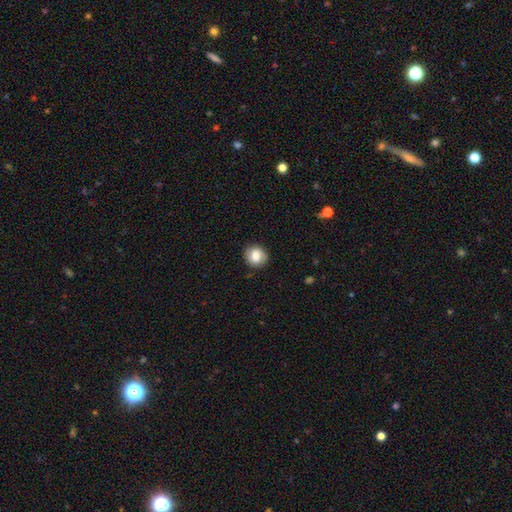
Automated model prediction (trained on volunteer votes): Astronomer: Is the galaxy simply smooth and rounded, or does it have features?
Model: smooth — 76%.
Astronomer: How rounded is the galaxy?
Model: round — 79%.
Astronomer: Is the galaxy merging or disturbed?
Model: none — 84%.